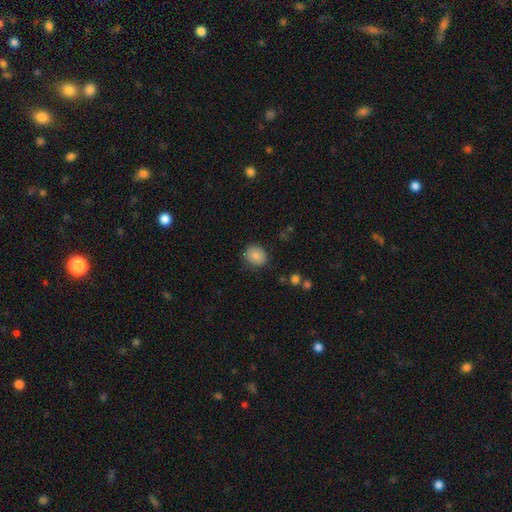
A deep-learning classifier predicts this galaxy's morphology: Smooth or featured: smooth — 84% (star or artifact — 9%)
How rounded: round — 69% (in between — 30%)
Merging: none — 83% (minor disturbance — 13%)